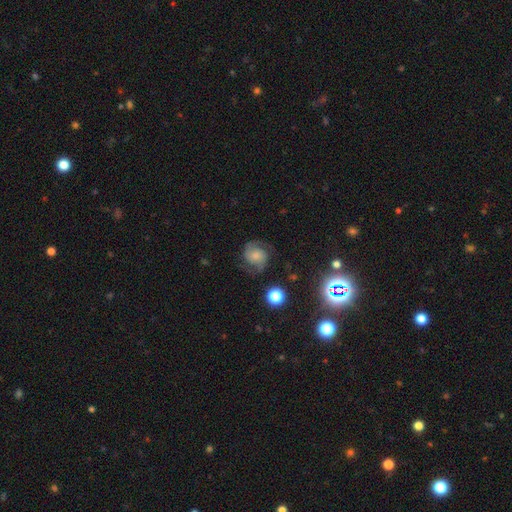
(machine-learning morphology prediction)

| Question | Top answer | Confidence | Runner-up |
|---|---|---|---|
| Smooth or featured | featured or disk | 75% | smooth (16%) |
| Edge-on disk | no | 98% | yes (2%) |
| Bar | no | 69% | weak (25%) |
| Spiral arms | yes | 96% | no (4%) |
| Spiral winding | medium | 52% | tight (26%) |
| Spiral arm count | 2 | 91% | can't tell (4%) |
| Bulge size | small | 44% | moderate (27%) |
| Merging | none | 75% | minor disturbance (15%) |